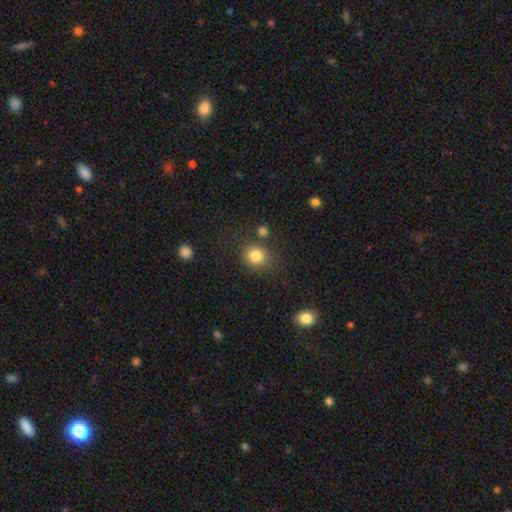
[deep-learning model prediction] Morphology: type=smooth (82%); roundness=round (78%); merging=none (75%).